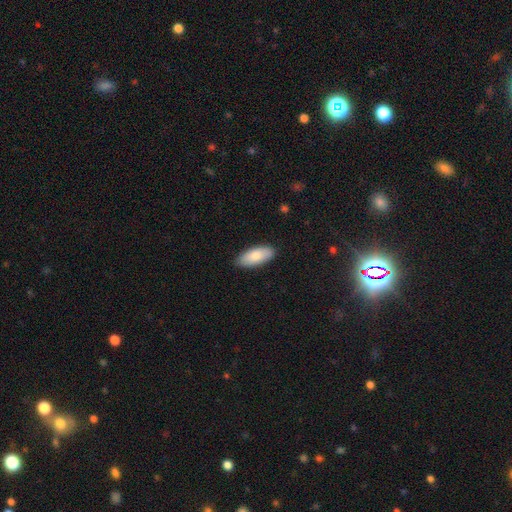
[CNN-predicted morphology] smooth 82%, featured or disk 12%, star or artifact 6%. Down the decision tree: how rounded — in between (86%); merging — none (84%).